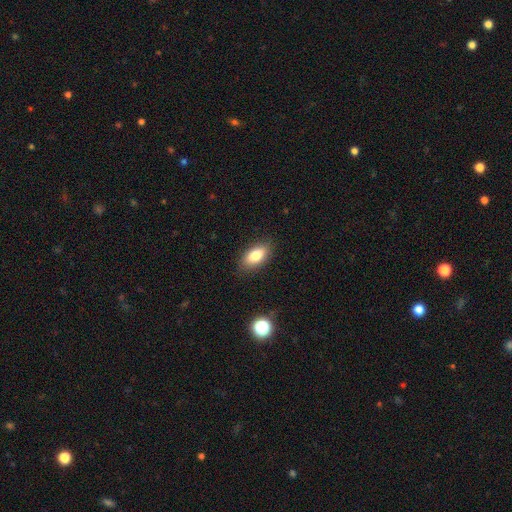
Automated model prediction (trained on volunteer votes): smooth_or_featured: smooth (p=0.81) [alt: featured or disk p=0.11]
how_rounded: in between (p=0.89) [alt: cigar-shaped p=0.06]
merging: none (p=0.86) [alt: minor disturbance p=0.11]